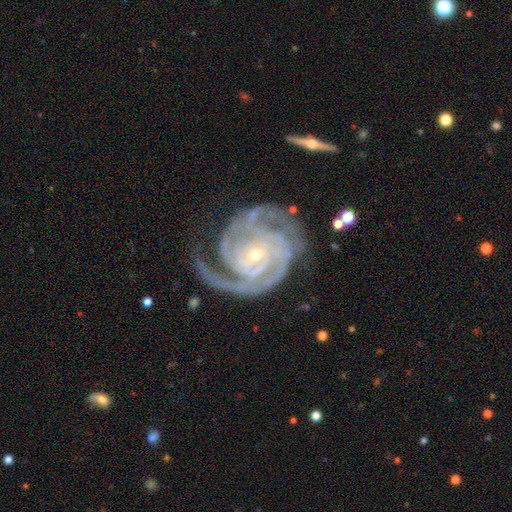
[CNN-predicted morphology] type=featured or disk (93%); edge-on=no (98%); bar=no (64%); spiral arms=yes (98%); winding=tight (75%); arm count=2 (29%, tied with 3); bulge=small (80%); merging=none (64%).